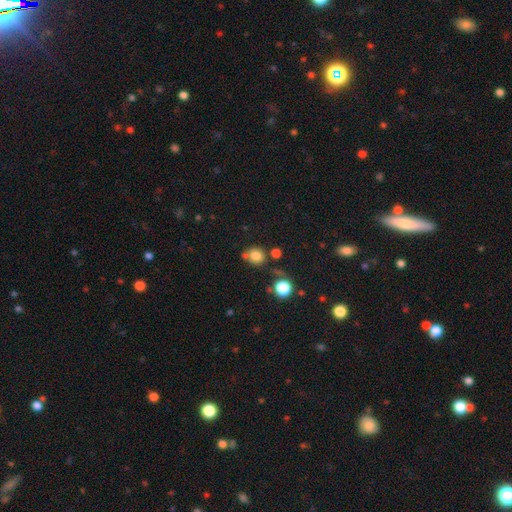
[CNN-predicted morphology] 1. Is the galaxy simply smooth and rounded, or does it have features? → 80% smooth, 13% star or artifact, 7% featured or disk.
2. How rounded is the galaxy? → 82% round, 17% in between, 1% cigar-shaped.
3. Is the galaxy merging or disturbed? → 62% none, 17% merger, 15% minor disturbance, 6% major disturbance.